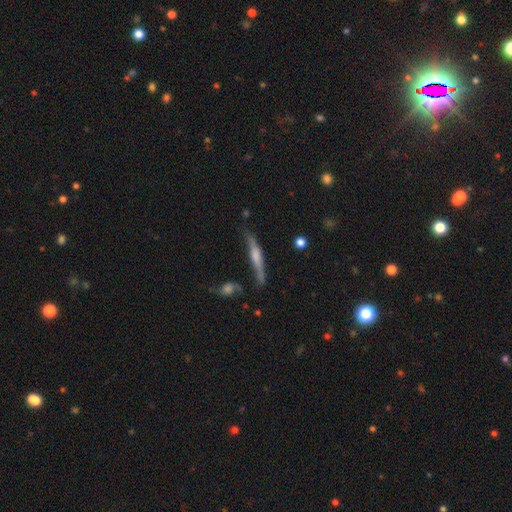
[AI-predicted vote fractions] smooth-or-featured: featured or disk: 63% | smooth: 29% | star or artifact: 8%
  disk-edge-on: yes: 94% | no: 6%
    edge-on-bulge: rounded: 63% | boxy: 20% | none: 18%
  merging: none: 72% | minor disturbance: 18% | major disturbance: 5% | merger: 5%